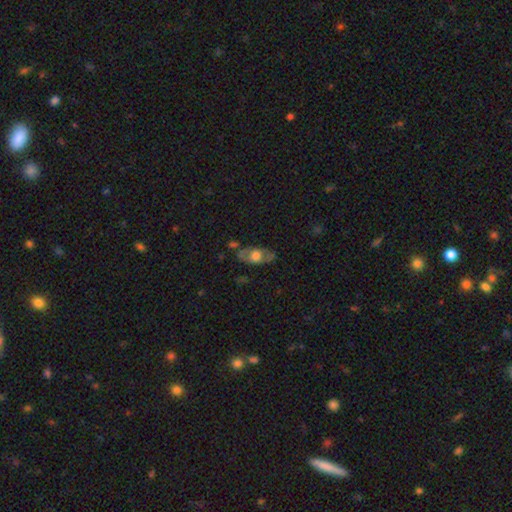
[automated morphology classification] A featured or disk galaxy (50%).

Vote fractions:
- Smooth or featured? featured or disk: 50% / smooth: 43% / star or artifact: 7%
- Merging? none: 72% / minor disturbance: 18% / major disturbance: 6% / merger: 4%